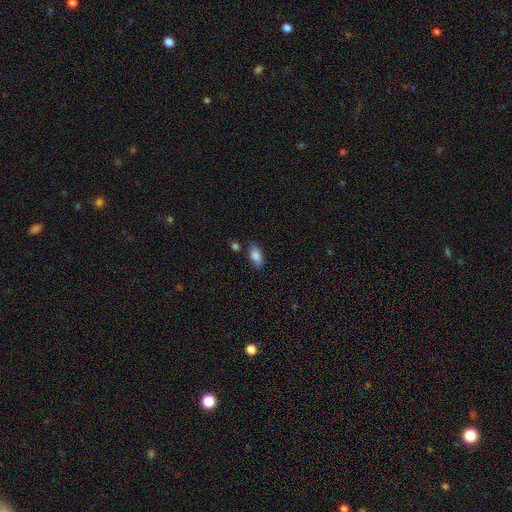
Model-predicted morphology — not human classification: smooth 86%, star or artifact 8%, featured or disk 6%. Down the decision tree: how rounded — in between (92%); merging — none (76%).